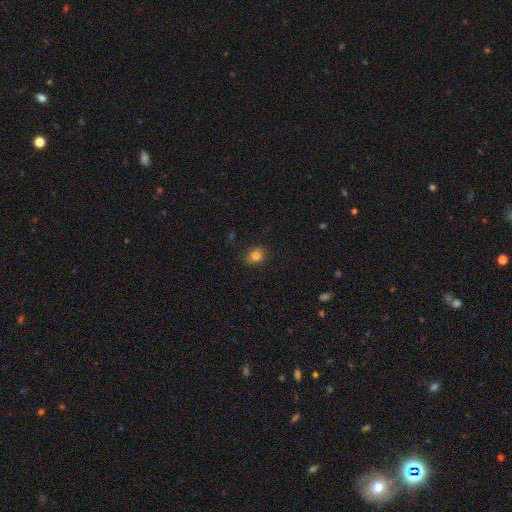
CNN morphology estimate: Smooth or featured?
  - smooth: 82% *
  - star or artifact: 12%
  - featured or disk: 6%
How rounded?
  - round: 66% *
  - in between: 33%
  - cigar-shaped: 1%
Merging?
  - none: 81% *
  - minor disturbance: 14%
  - major disturbance: 3%
  - merger: 1%